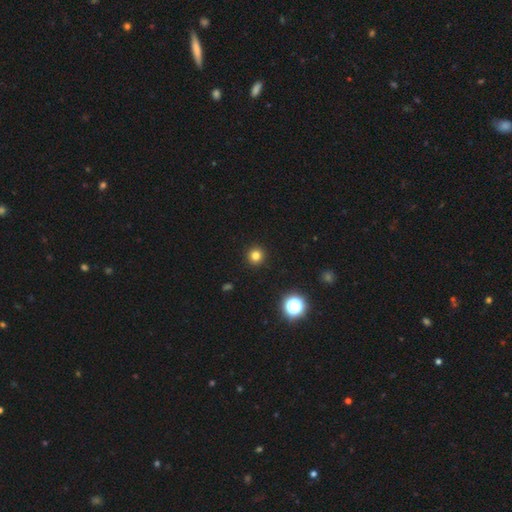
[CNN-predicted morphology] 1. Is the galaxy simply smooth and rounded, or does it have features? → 79% smooth, 15% star or artifact, 5% featured or disk.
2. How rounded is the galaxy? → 95% round, 4% in between, 1% cigar-shaped.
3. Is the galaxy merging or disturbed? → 93% none, 4% minor disturbance, 2% major disturbance, 1% merger.